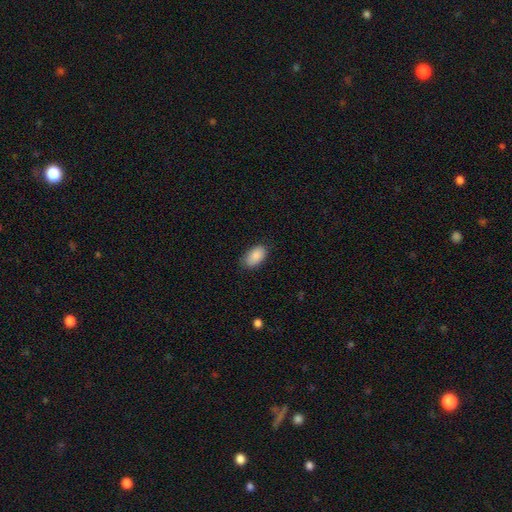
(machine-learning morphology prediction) Smooth or featured? Predicted: smooth (p=0.89). How rounded? Predicted: in between (p=0.94). Merging? Predicted: none (p=0.82).